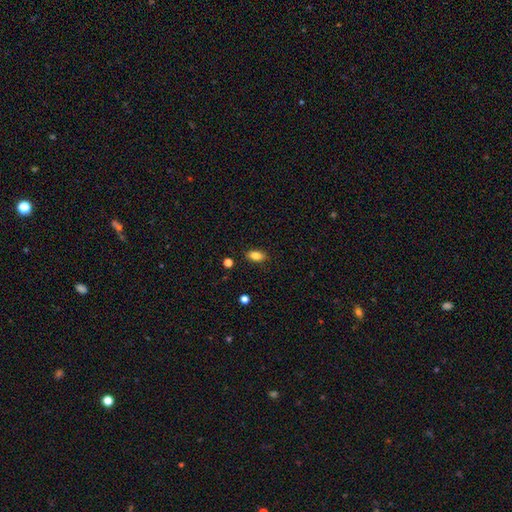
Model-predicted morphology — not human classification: A smooth galaxy with no disk features (84%) that is in between round and cigar-shaped (89%).

Vote fractions:
- Smooth or featured? smooth: 84% / star or artifact: 9% / featured or disk: 7%
- How rounded? in between: 89% / round: 7% / cigar-shaped: 4%
- Merging? none: 87% / minor disturbance: 9% / major disturbance: 2% / merger: 1%